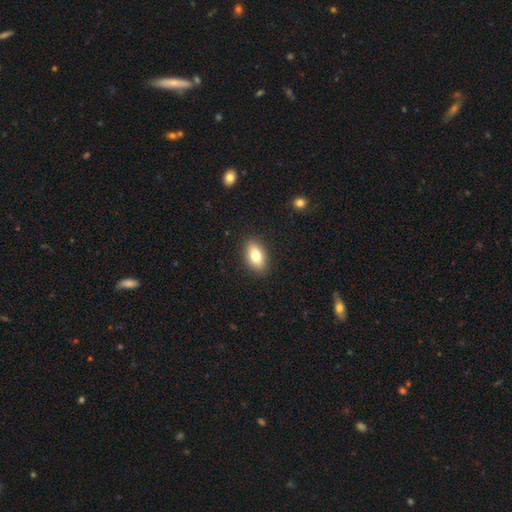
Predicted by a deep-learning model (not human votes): This is likely a smooth galaxy (78%). How rounded: clearly in between (89%). Merging: clearly none (88%).